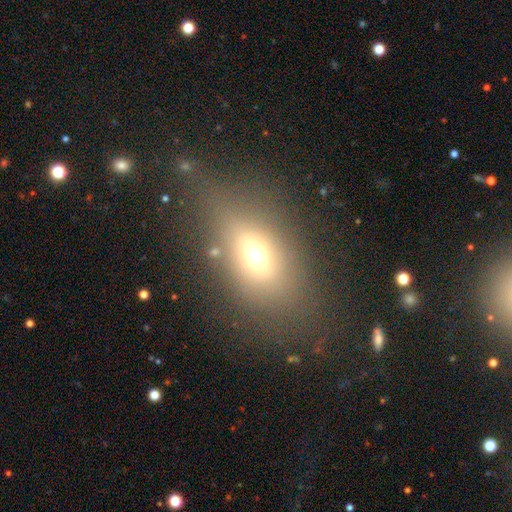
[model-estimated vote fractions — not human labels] Smooth or featured?
  - smooth: 62% *
  - featured or disk: 19%
  - star or artifact: 19%
How rounded?
  - in between: 73% *
  - round: 23%
  - cigar-shaped: 4%
Merging?
  - none: 61% *
  - minor disturbance: 17%
  - major disturbance: 16%
  - merger: 5%